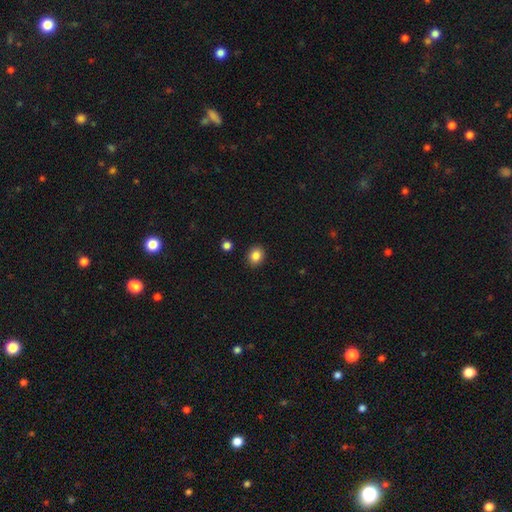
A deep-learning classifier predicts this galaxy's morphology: Overall: smooth (86%). How rounded: round (63%; in between 36%). Merging: none (89%).